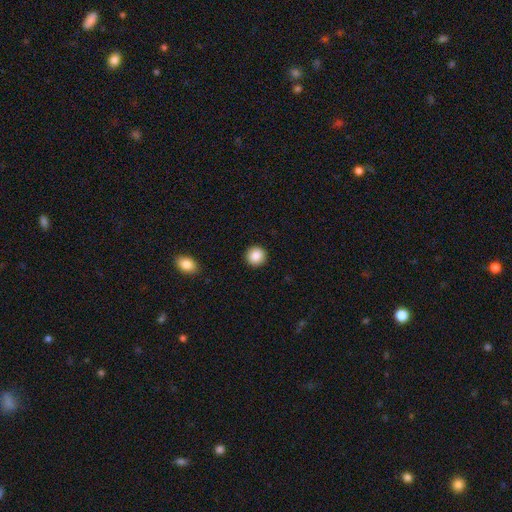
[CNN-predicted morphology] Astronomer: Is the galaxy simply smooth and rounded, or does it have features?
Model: smooth — 88%.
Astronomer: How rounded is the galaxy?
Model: round — 94%.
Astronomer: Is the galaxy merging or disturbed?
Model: none — 92%.